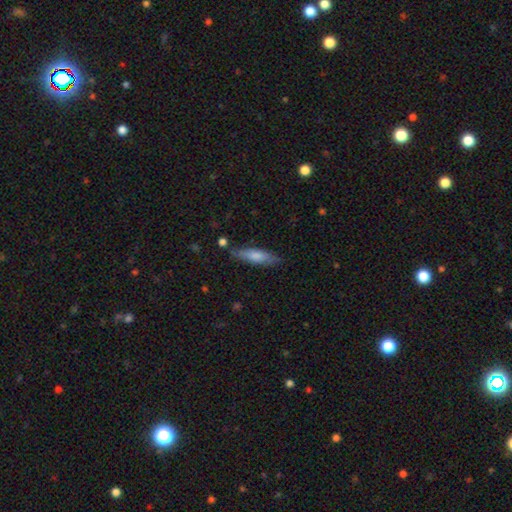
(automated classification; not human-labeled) smooth 71%, featured or disk 23%, star or artifact 6%. Down the decision tree: how rounded — cigar-shaped (69%); merging — none (76%).